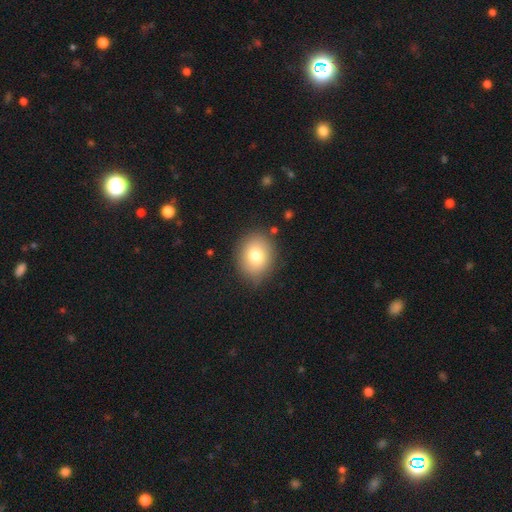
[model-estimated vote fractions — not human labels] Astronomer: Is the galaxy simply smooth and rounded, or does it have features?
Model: smooth — 78%.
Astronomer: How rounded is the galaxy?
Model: round — 52% (runner-up: in between, 47%).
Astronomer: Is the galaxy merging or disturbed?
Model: none — 83%.